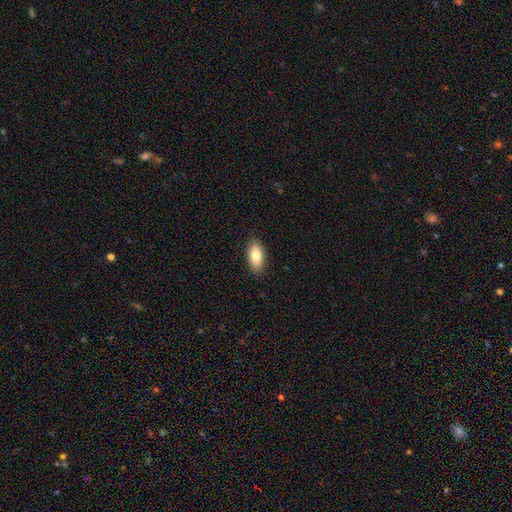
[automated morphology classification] This appears to be a smooth galaxy with no disk features (82%) that is in between round and cigar-shaped (89%). Merging: none (89%).